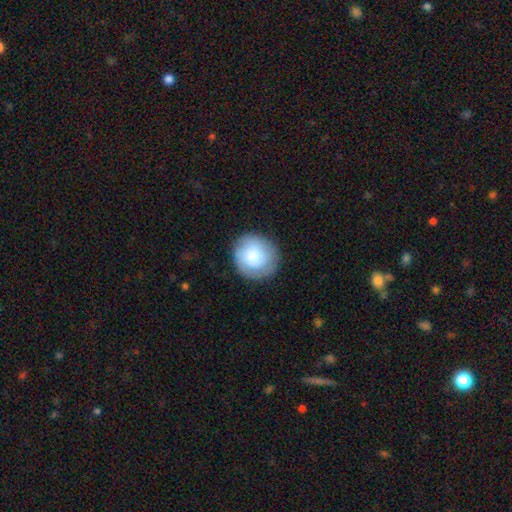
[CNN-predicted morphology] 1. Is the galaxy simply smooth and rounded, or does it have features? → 74% smooth, 19% featured or disk, 7% star or artifact.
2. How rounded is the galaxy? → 90% round, 9% in between, 1% cigar-shaped.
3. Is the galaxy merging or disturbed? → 82% none, 13% minor disturbance, 4% major disturbance, 1% merger.